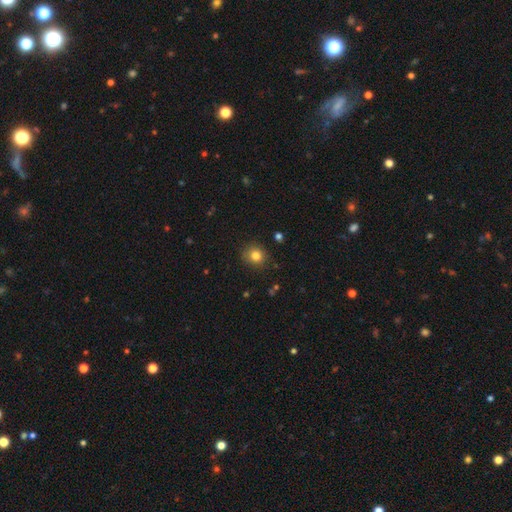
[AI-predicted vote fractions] A smooth galaxy with no disk features (81%) that is round (86%).

Vote fractions:
- Smooth or featured? smooth: 81% / star or artifact: 12% / featured or disk: 7%
- How rounded? round: 86% / in between: 13% / cigar-shaped: 1%
- Merging? none: 87% / minor disturbance: 9% / major disturbance: 2% / merger: 2%